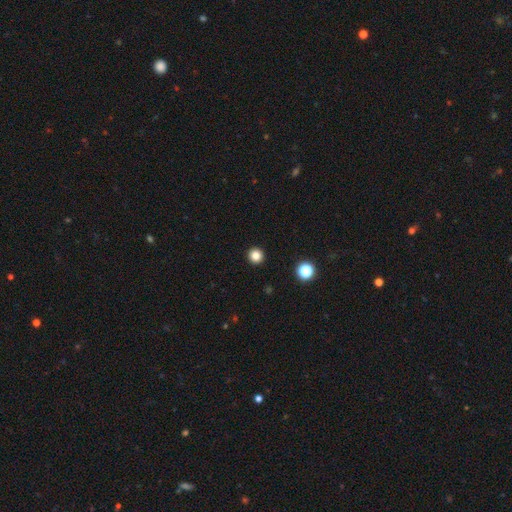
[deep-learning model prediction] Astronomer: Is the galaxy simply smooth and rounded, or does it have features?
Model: smooth — 83%.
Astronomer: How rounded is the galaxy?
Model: round — 96%.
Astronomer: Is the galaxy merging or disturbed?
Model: none — 94%.